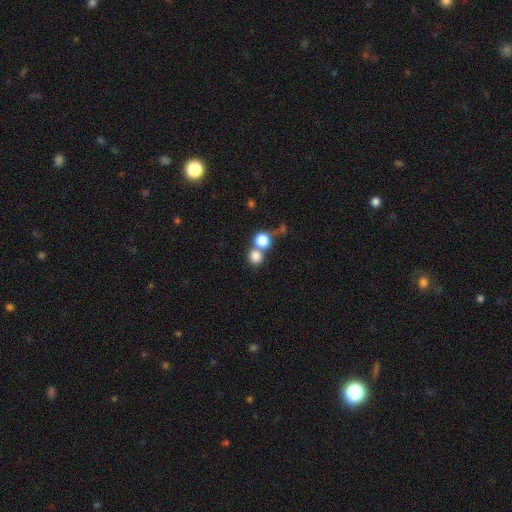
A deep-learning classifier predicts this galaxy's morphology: Smooth or featured? smooth (80%)
How rounded? round (87%)
Merging? none (46%)